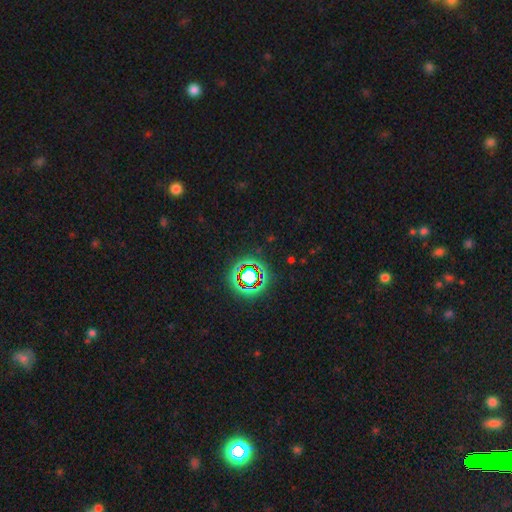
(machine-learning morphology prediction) smooth-or-featured: star or artifact: 73% | smooth: 15% | featured or disk: 12%